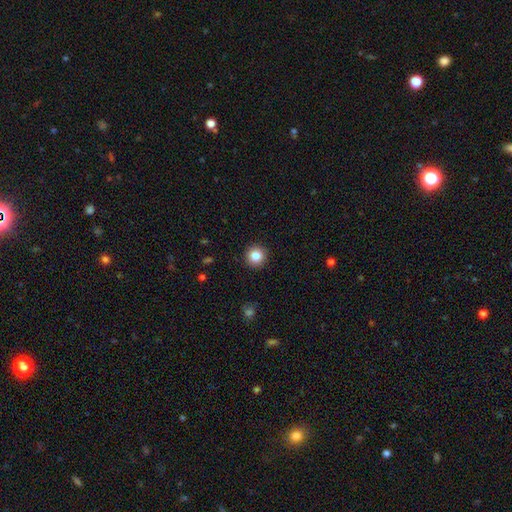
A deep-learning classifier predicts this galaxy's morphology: A smooth galaxy with no disk features (83%) that is round (96%). Merging: none (93%).